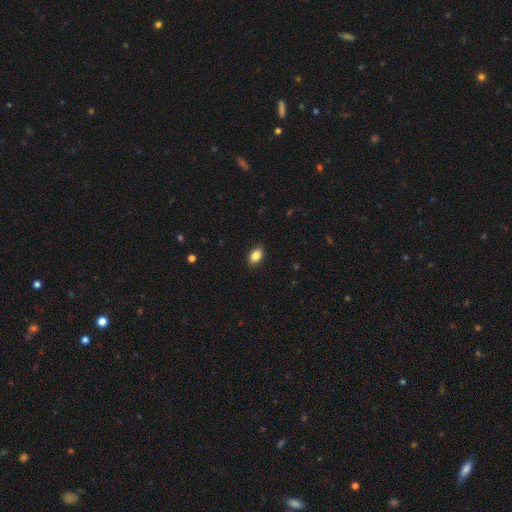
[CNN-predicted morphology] Smooth or featured? smooth (87%)
How rounded? in between (85%)
Merging? none (88%)